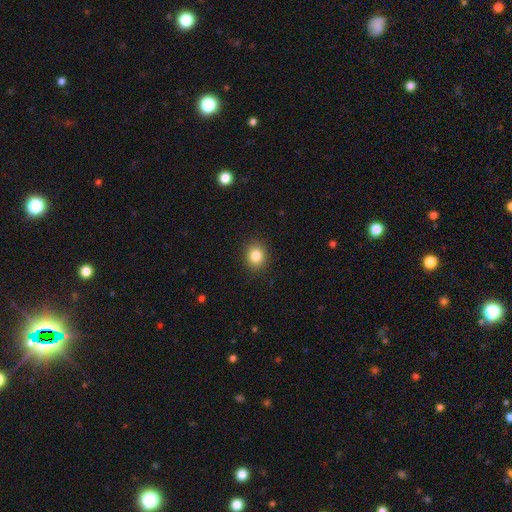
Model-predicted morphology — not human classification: Smooth or featured? Predicted: smooth (p=0.84). How rounded? Predicted: round (p=0.73). Merging? Predicted: none (p=0.90).